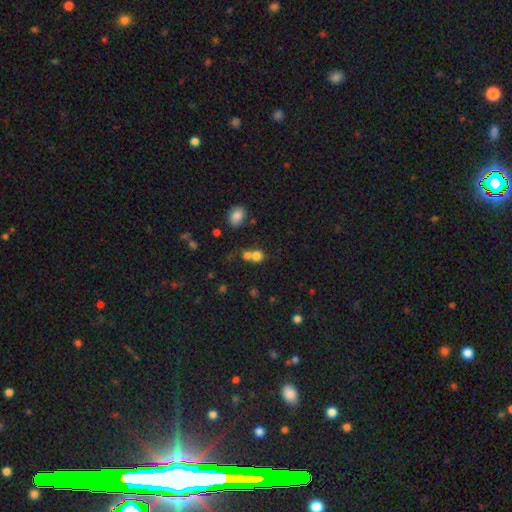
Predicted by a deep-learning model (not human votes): Q: Smooth or featured?
A: smooth (76%); runner-up: star or artifact (14%)
Q: How rounded?
A: round (73%); runner-up: in between (26%)
Q: Merging?
A: merger (55%); runner-up: none (33%)